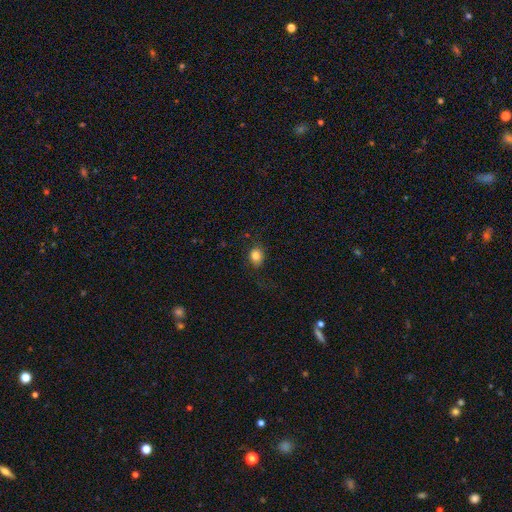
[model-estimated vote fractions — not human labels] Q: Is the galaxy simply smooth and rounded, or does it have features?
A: smooth — 82%.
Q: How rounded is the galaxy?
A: round — 60%.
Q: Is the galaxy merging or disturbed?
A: none — 81%.